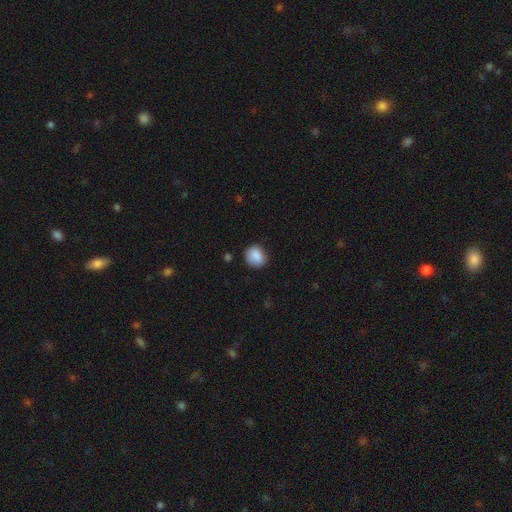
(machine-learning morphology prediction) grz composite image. It shows a smooth galaxy with no disk features (87%) that is round (70%). Merging: none (77%).